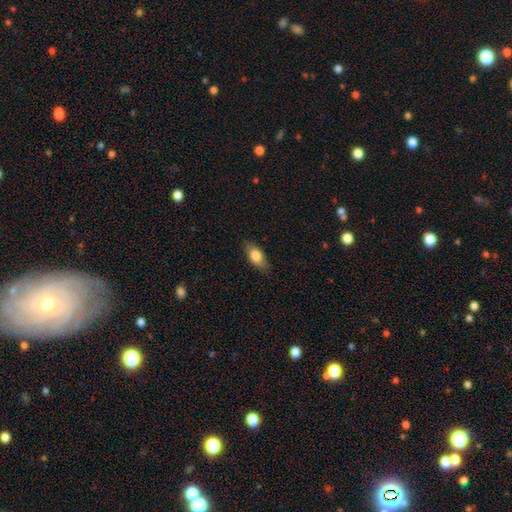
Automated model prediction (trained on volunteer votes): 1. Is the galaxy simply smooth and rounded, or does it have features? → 78% smooth, 15% featured or disk, 7% star or artifact.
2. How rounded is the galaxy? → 86% in between, 10% cigar-shaped, 4% round.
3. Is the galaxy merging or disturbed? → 82% none, 14% minor disturbance, 3% major disturbance, 1% merger.